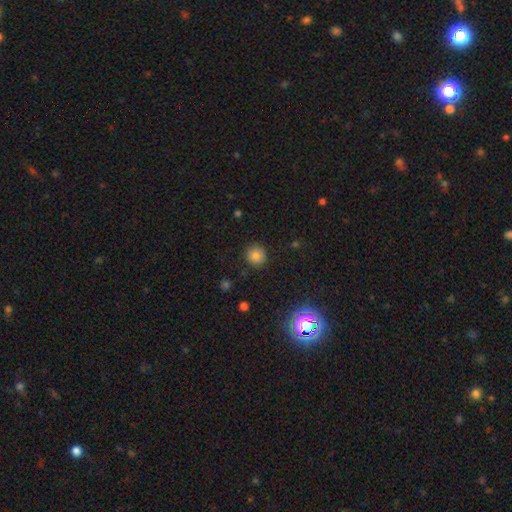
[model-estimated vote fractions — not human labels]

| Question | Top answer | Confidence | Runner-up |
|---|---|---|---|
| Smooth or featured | smooth | 82% | star or artifact (12%) |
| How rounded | round | 92% | in between (7%) |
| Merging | none | 90% | minor disturbance (6%) |